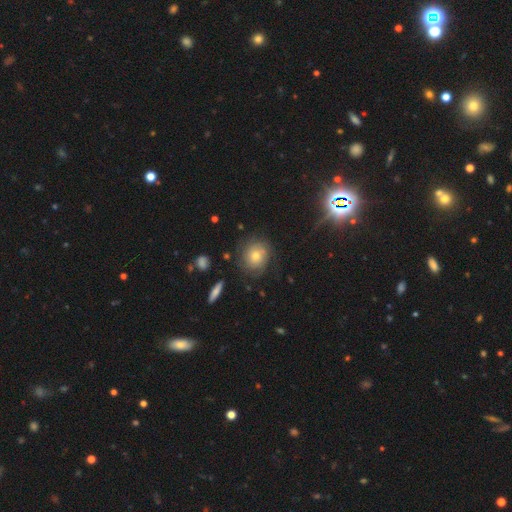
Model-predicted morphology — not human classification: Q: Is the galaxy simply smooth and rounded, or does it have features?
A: featured or disk — 45%.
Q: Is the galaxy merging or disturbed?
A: none — 75%.